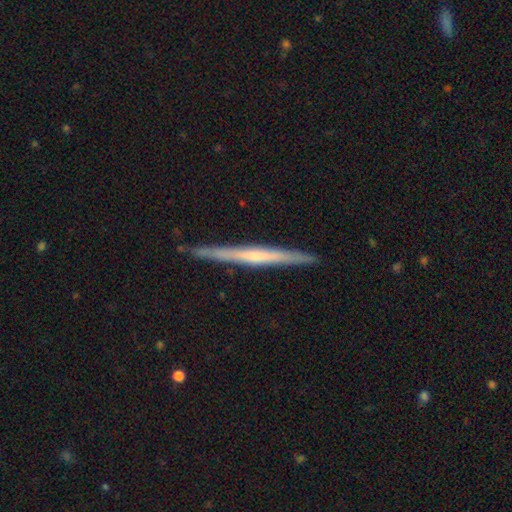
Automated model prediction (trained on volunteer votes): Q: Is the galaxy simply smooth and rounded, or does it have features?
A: featured or disk — 66%.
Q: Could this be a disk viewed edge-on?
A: yes — 98%.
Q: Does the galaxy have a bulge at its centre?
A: none — 61%.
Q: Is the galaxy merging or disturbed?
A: none — 91%.